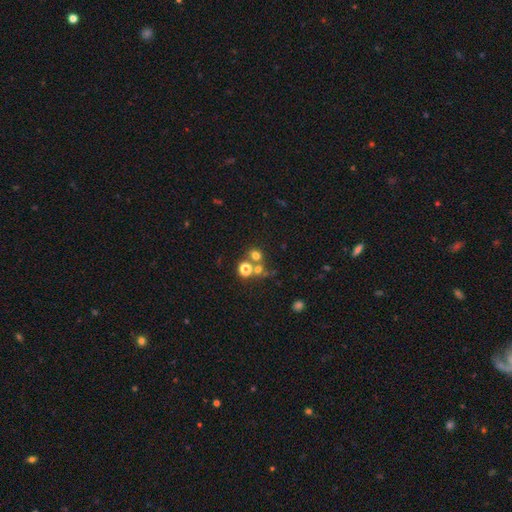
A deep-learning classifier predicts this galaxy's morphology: smooth 66%, star or artifact 23%, featured or disk 11%. Down the decision tree: how rounded — round (82%); merging — none (58%).